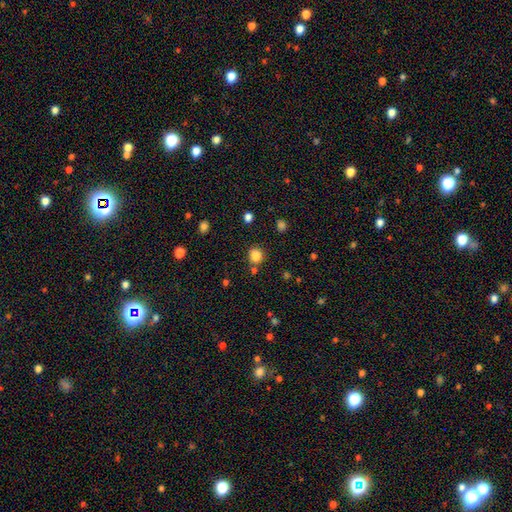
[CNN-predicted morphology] A smooth galaxy with no disk features (83%) that is round (84%).

Vote fractions:
- Smooth or featured? smooth: 83% / star or artifact: 12% / featured or disk: 5%
- How rounded? round: 84% / in between: 15% / cigar-shaped: 1%
- Merging? none: 79% / minor disturbance: 10% / merger: 8% / major disturbance: 3%